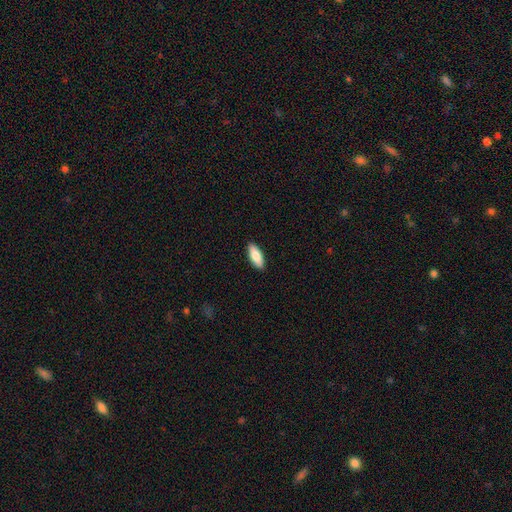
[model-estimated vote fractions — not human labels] Smooth or featured: smooth — 81% (featured or disk — 14%)
How rounded: in between — 72% (cigar-shaped — 26%)
Merging: none — 90% (minor disturbance — 7%)